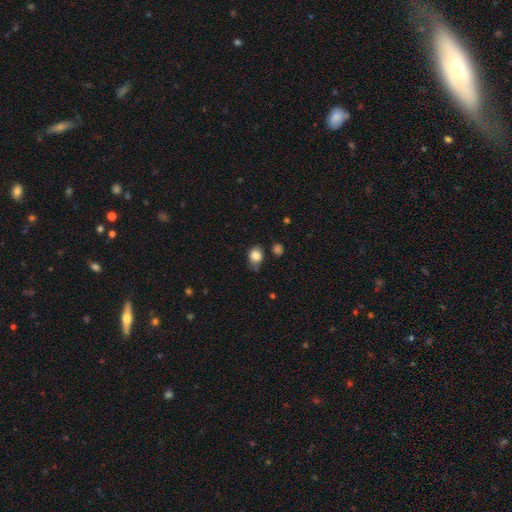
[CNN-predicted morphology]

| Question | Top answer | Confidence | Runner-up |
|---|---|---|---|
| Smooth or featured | smooth | 83% | star or artifact (10%) |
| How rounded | round | 60% | in between (39%) |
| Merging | none | 70% | minor disturbance (20%) |